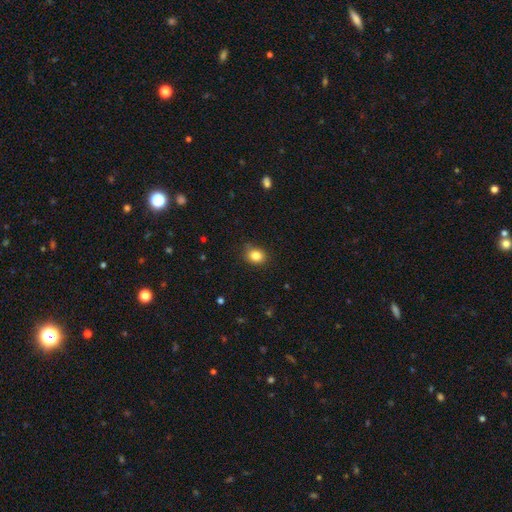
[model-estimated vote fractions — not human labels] smooth 84%, star or artifact 10%, featured or disk 5%. Down the decision tree: how rounded — round (61%); merging — none (82%).